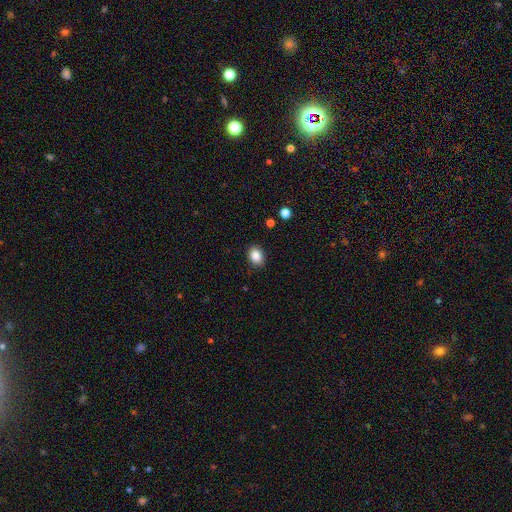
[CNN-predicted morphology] This appears to be a smooth galaxy with no disk features (87%) that is in between round and cigar-shaped (60%). Merging: none (88%).